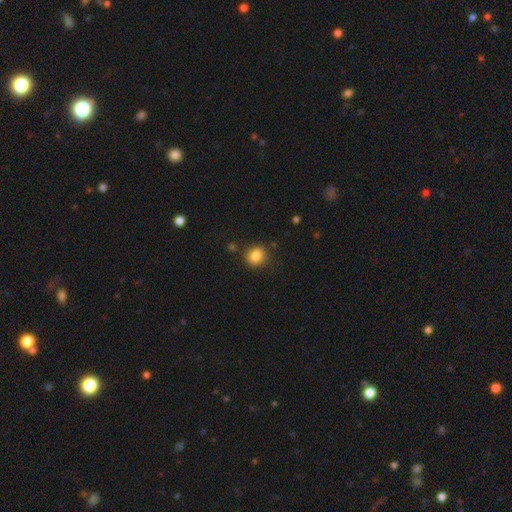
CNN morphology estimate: smooth_or_featured: smooth (p=0.85) [alt: star or artifact p=0.10]
how_rounded: round (p=0.58) [alt: in between p=0.41]
merging: none (p=0.82) [alt: minor disturbance p=0.12]